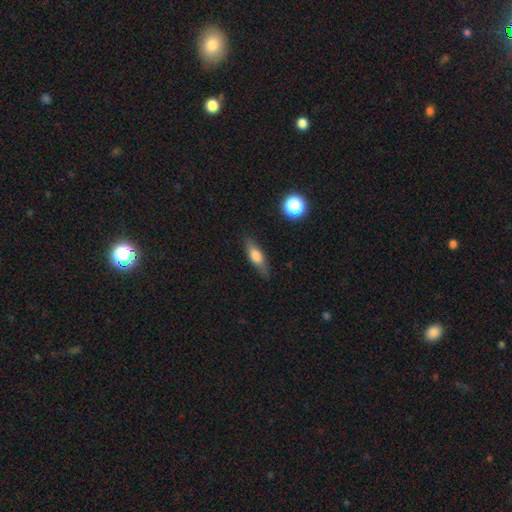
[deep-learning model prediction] smooth_or_featured: smooth (p=0.60) [alt: featured or disk p=0.32]
how_rounded: in between (p=0.51) [alt: cigar-shaped p=0.45]
merging: none (p=0.80) [alt: minor disturbance p=0.15]